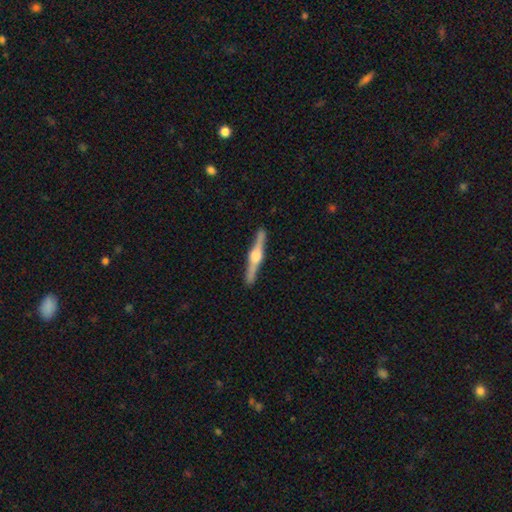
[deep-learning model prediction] featured or disk 81%, smooth 14%, star or artifact 5%. Down the decision tree: edge-on disk — yes (98%); edge-on bulge — rounded (93%); merging — none (91%).